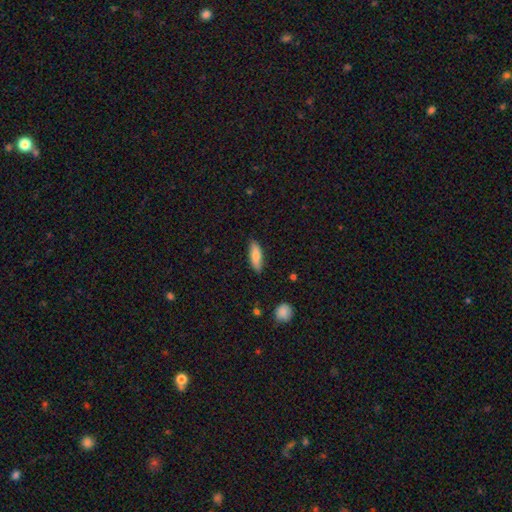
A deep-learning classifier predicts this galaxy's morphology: A smooth galaxy with no disk features (81%) that is in between round and cigar-shaped (62%). Merging: none (84%).